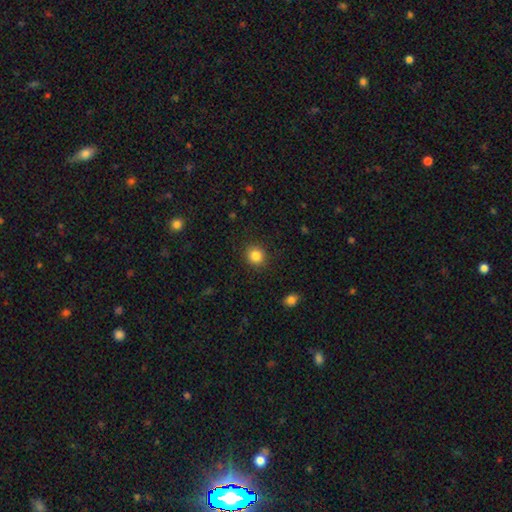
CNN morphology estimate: The model was most divided on "smooth or featured": smooth: 85%, star or artifact: 11%, featured or disk: 5%. More confident: merging — none (90%); how rounded — round (87%).